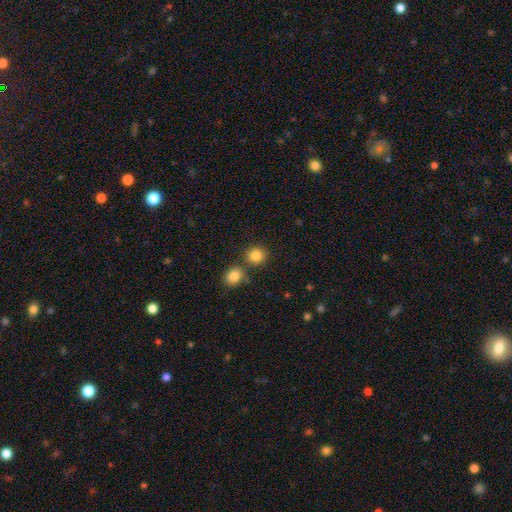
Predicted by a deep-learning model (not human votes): Smooth or featured? smooth (84%)
How rounded? round (88%)
Merging? none (73%)